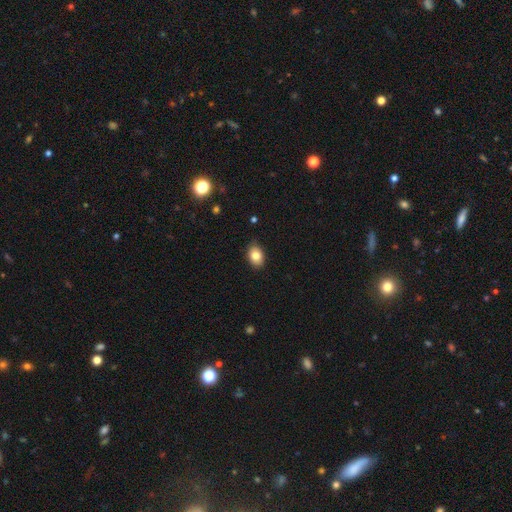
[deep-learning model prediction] Smooth or featured? smooth (82%)
How rounded? in between (78%)
Merging? none (83%)